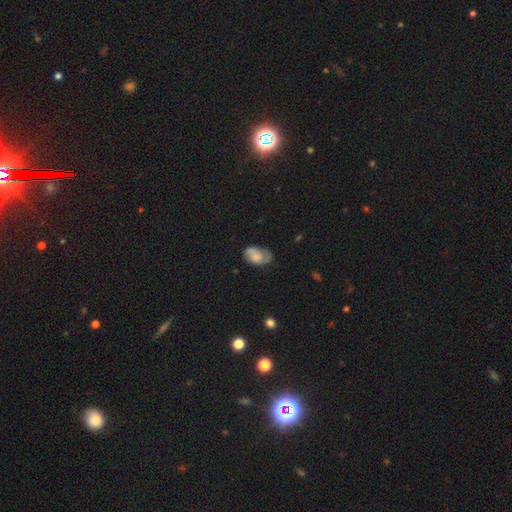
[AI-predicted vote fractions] A smooth galaxy with no disk features (49%).

Vote fractions:
- Smooth or featured? smooth: 49% / featured or disk: 43% / star or artifact: 8%
- Merging? none: 60% / minor disturbance: 27% / major disturbance: 9% / merger: 4%